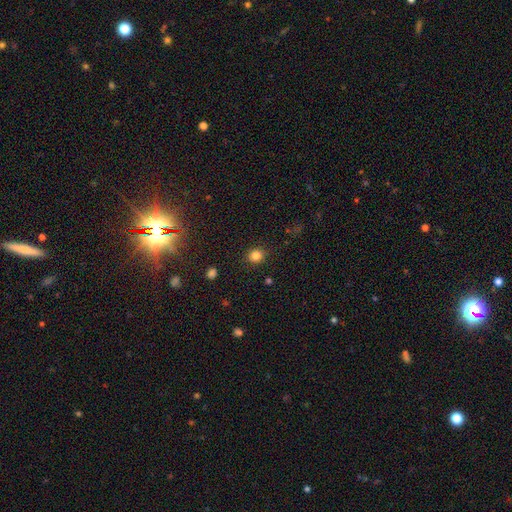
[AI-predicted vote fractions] This is clearly a smooth galaxy (83%). How rounded: likely round (80%). Merging: clearly none (89%).